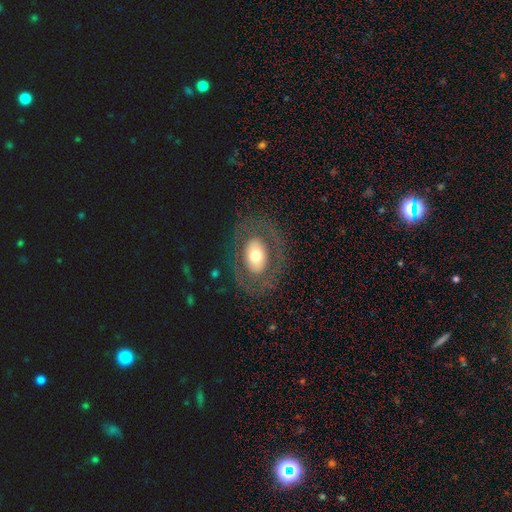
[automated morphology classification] Q: Smooth or featured?
A: smooth (47%); runner-up: featured or disk (46%)
Q: Merging?
A: none (77%); runner-up: minor disturbance (12%)